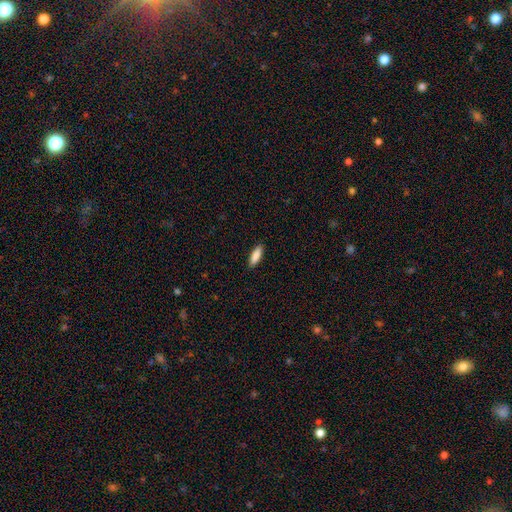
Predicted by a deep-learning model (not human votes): Overall: smooth (88%). How rounded: in between (53%; cigar-shaped 45%). Merging: none (90%).